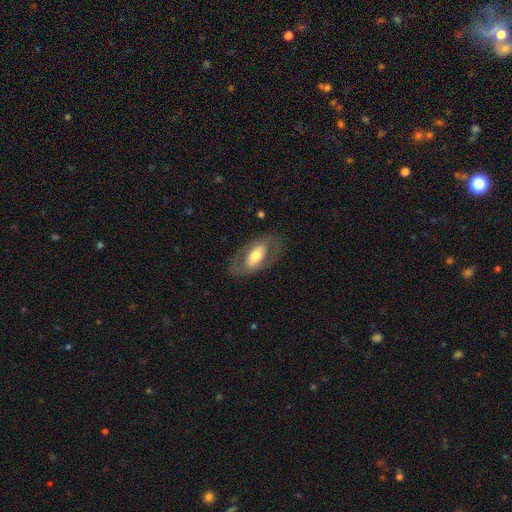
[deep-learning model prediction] Smooth or featured: featured or disk — 52% (smooth — 42%)
Edge-on disk: no — 87% (yes — 13%)
Merging: none — 76% (minor disturbance — 14%)